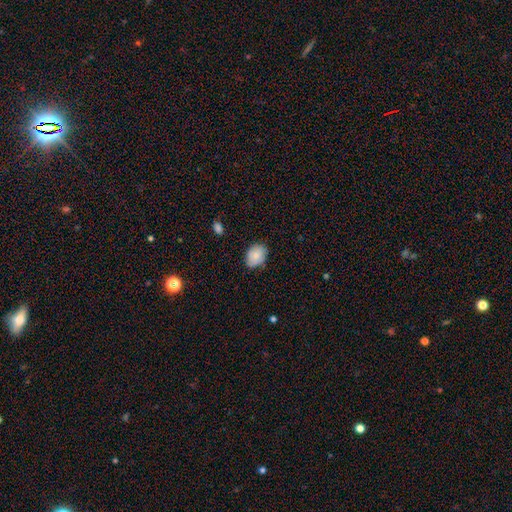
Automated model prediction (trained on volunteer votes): Morphology: type=smooth (80%); roundness=in between (71%); merging=none (74%).